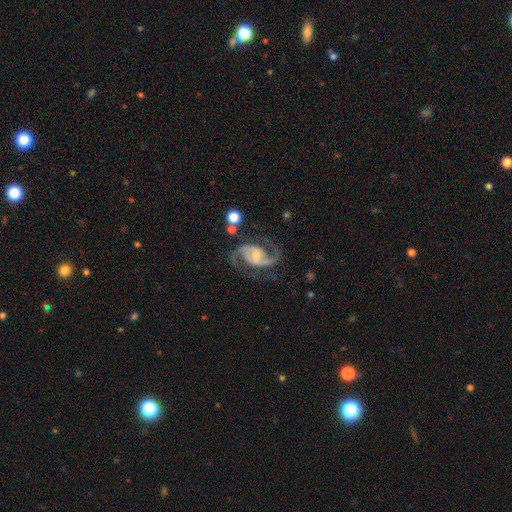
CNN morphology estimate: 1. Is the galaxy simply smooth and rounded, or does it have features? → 90% featured or disk, 5% smooth, 5% star or artifact.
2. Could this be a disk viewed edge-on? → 98% no, 2% yes.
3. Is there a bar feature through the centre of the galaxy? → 42% no, 41% weak, 17% strong.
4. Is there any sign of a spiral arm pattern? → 97% yes, 3% no.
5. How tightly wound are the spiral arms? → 55% medium, 34% loose, 12% tight.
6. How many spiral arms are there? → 92% 2, 2% can't tell, 2% 1, 2% 3, 1% 4, 1% more than 4.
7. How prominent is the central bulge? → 56% small, 32% moderate, 6% none, 4% large, 1% dominant.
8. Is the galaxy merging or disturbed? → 69% none, 15% minor disturbance, 13% major disturbance, 3% merger.